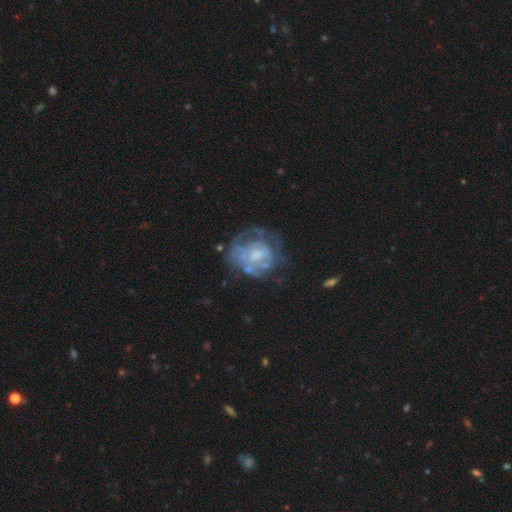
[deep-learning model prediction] A featured or disk galaxy (69%) with no bar (60%), no spiral arms (52%) and a moderate central bulge (36%). Merging: none (48%).